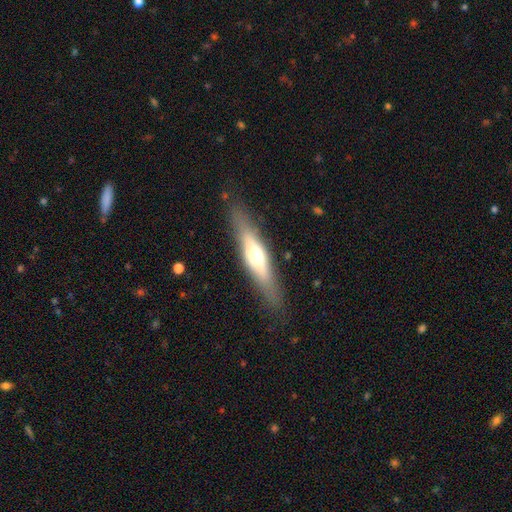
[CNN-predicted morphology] type=featured or disk (52%); edge-on=yes (86%); merging=none (85%).